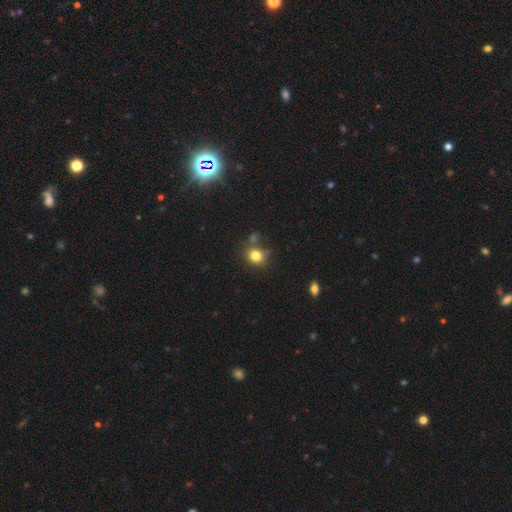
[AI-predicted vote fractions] Smooth or featured? smooth (80%)
How rounded? round (72%)
Merging? none (66%)